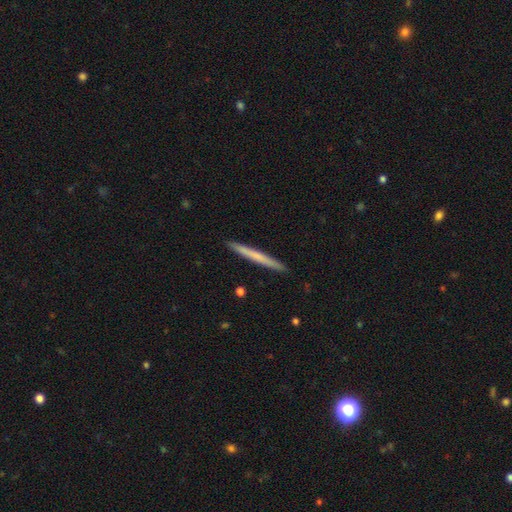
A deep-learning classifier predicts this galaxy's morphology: This is possibly a smooth galaxy (59%). How rounded: clearly cigar-shaped (97%). Merging: clearly none (93%).